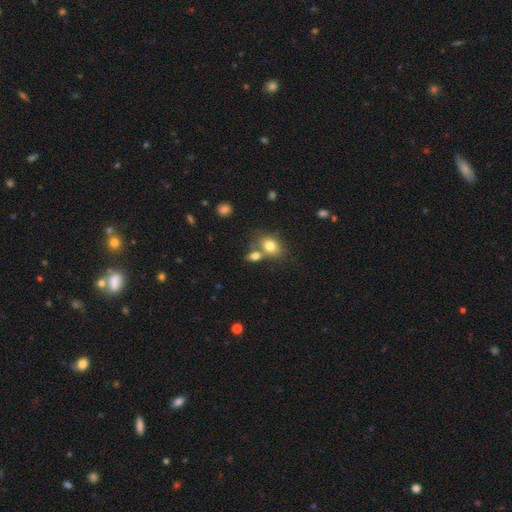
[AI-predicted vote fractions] Smooth or featured? Predicted: smooth (p=0.77). How rounded? Predicted: in between (p=0.72). Merging? Predicted: none (p=0.49).